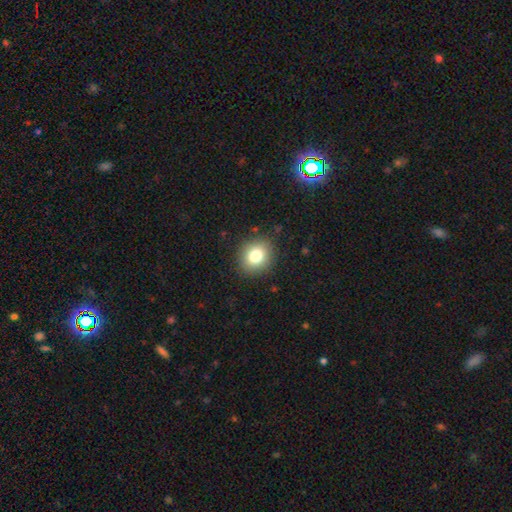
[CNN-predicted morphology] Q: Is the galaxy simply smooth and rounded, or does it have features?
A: smooth — 80%.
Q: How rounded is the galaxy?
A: round — 68%.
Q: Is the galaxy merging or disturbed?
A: none — 88%.